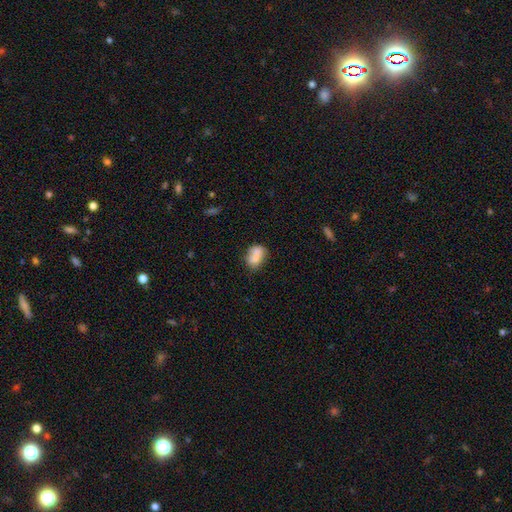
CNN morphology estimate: This is likely a smooth galaxy (75%). How rounded: likely in between (77%). Merging: marginally none (45%).